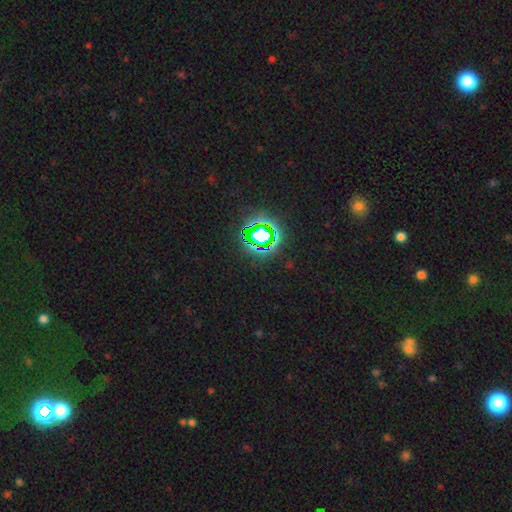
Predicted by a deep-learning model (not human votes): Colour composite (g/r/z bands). It shows a star or artifact, not a galaxy (71%).